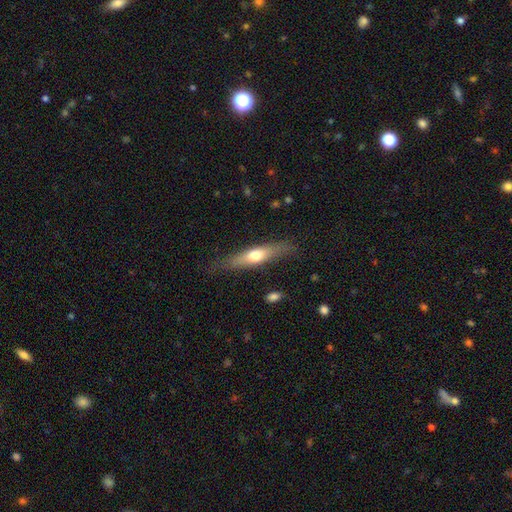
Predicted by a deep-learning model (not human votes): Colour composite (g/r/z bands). It shows a smooth galaxy with no disk features (51%) that is cigar-shaped (78%). Merging: none (79%).